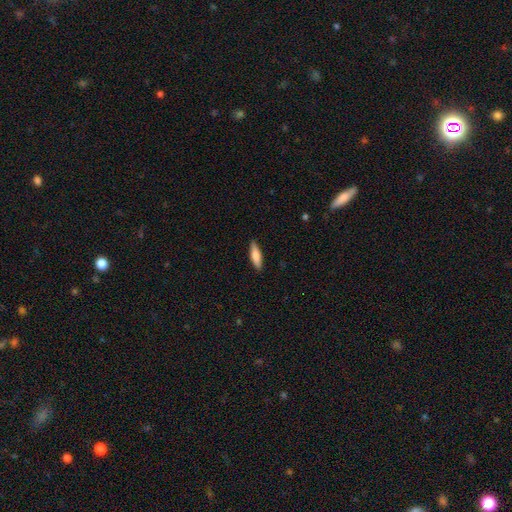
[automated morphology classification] Overall: smooth (76%). How rounded: cigar-shaped (64%; in between 34%). Merging: none (88%).